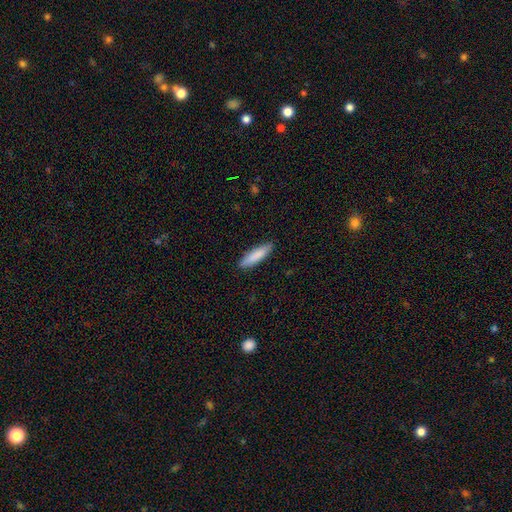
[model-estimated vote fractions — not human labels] smooth-or-featured: smooth: 86% | featured or disk: 9% | star or artifact: 5%
  how-rounded: cigar-shaped: 74% | in between: 25% | round: 1%
  merging: none: 88% | minor disturbance: 9% | major disturbance: 2% | merger: 1%